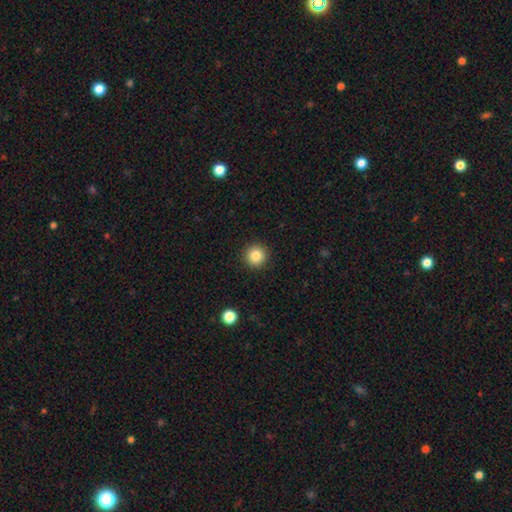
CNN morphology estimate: The model was most divided on "smooth or featured": smooth: 84%, star or artifact: 10%, featured or disk: 5%. More confident: how rounded — round (96%); merging — none (93%).